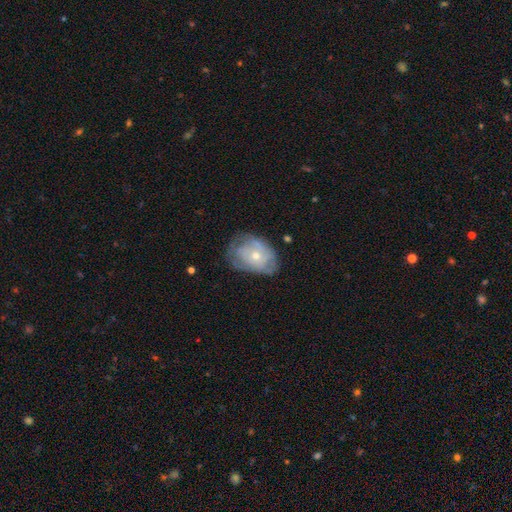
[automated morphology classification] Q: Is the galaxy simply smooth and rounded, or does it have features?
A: featured or disk — 55%.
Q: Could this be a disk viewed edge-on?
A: no — 96%.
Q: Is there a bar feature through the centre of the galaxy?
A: no — 86%.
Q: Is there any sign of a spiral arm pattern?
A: yes — 55%.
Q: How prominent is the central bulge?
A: small — 50%.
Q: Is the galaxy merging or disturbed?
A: none — 55%.